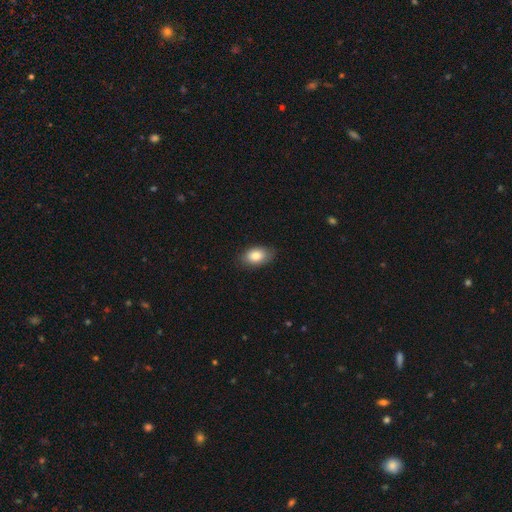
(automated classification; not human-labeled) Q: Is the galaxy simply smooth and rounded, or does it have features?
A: smooth — 83%.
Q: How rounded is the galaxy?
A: in between — 89%.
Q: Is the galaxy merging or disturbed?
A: none — 83%.